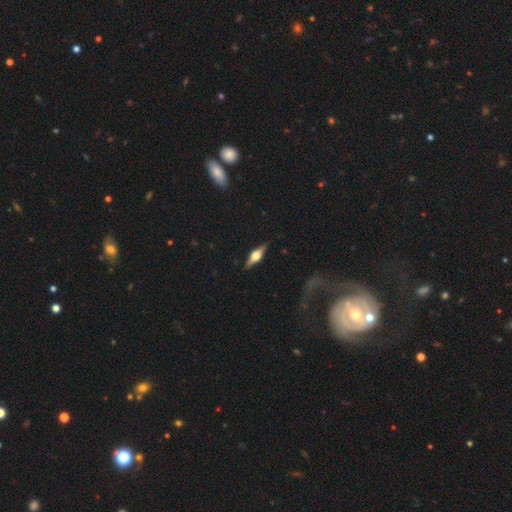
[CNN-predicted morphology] Q: Smooth or featured?
A: featured or disk (76%); runner-up: smooth (18%)
Q: Edge-on disk?
A: yes (96%); runner-up: no (4%)
Q: Edge-on bulge?
A: rounded (92%); runner-up: boxy (6%)
Q: Merging?
A: none (88%); runner-up: minor disturbance (8%)